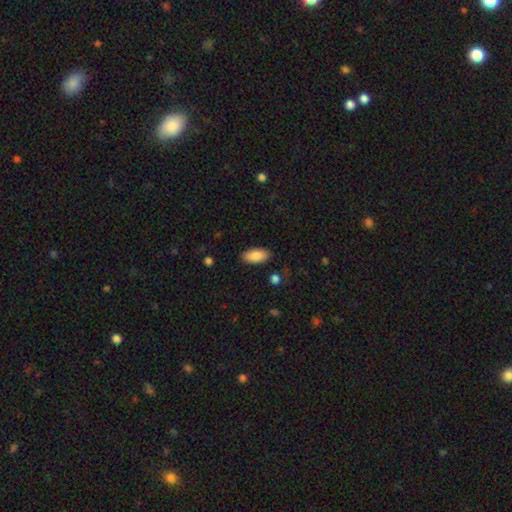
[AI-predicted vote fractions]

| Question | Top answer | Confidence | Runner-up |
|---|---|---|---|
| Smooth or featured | smooth | 88% | star or artifact (6%) |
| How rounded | in between | 92% | cigar-shaped (6%) |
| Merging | none | 87% | minor disturbance (9%) |